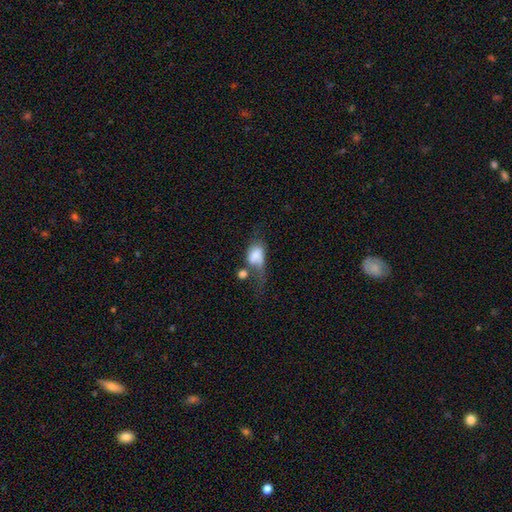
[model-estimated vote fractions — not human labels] Overall: smooth (57%; featured or disk 34%). How rounded: in between (79%). Merging: major disturbance (37%; merger 35%).